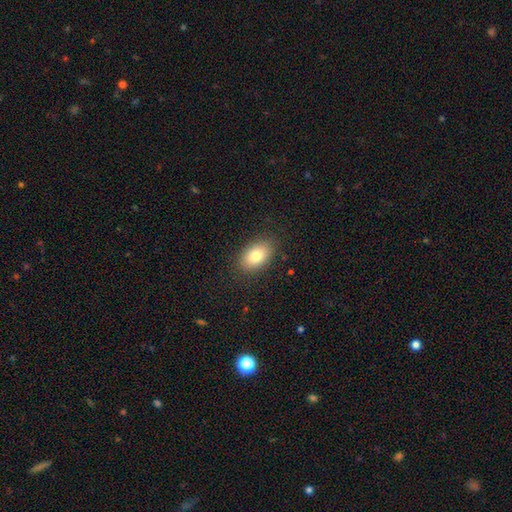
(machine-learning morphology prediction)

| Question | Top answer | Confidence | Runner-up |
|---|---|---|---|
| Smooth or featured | smooth | 81% | featured or disk (11%) |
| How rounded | in between | 89% | round (10%) |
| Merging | none | 86% | minor disturbance (10%) |